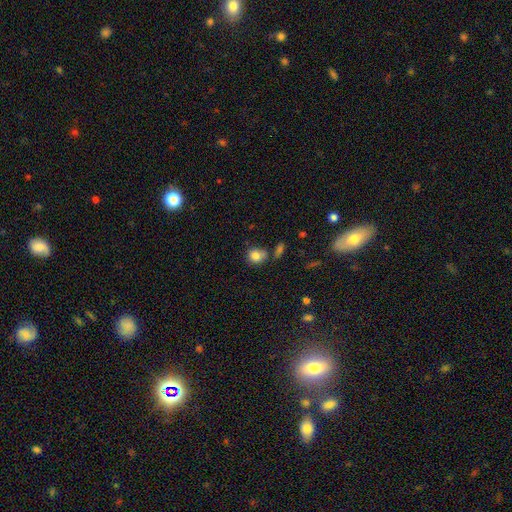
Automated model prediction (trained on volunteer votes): Q: Smooth or featured?
A: smooth (83%); runner-up: star or artifact (10%)
Q: How rounded?
A: round (73%); runner-up: in between (25%)
Q: Merging?
A: none (60%); runner-up: minor disturbance (20%)